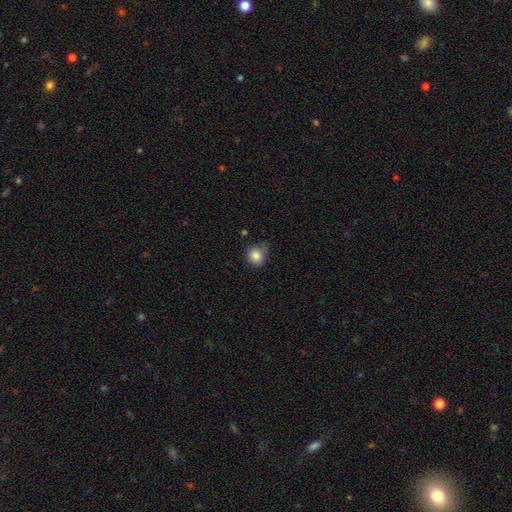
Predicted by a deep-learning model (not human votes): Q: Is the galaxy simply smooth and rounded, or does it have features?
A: smooth — 84%.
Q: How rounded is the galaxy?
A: round — 88%.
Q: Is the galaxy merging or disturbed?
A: none — 67%.